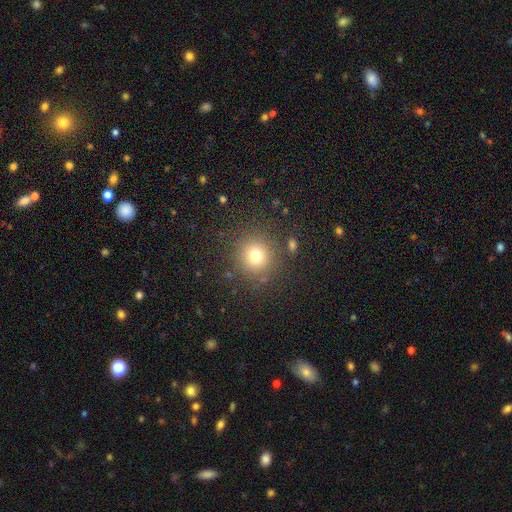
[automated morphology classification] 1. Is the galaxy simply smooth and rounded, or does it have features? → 75% smooth, 16% star or artifact, 9% featured or disk.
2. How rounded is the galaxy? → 92% round, 7% in between, 1% cigar-shaped.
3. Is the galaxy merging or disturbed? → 86% none, 8% minor disturbance, 4% major disturbance, 3% merger.